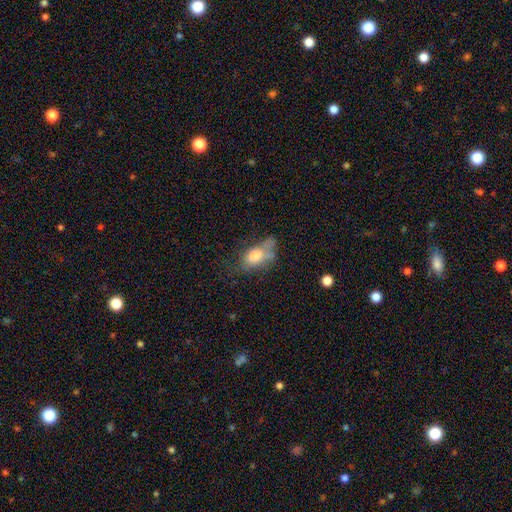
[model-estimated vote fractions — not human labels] smooth 65%, featured or disk 25%, star or artifact 10%. Down the decision tree: how rounded — in between (85%); merging — none (34%).